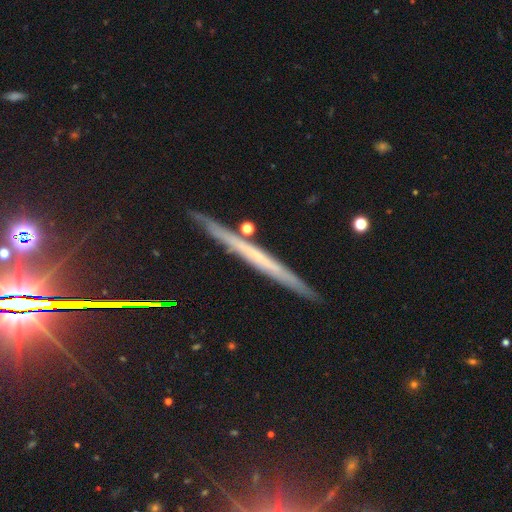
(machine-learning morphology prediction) Smooth or featured?
  - featured or disk: 57% *
  - smooth: 29%
  - star or artifact: 14%
Edge-on disk?
  - yes: 95% *
  - no: 5%
Edge-on bulge?
  - none: 83% *
  - rounded: 12%
  - boxy: 5%
Merging?
  - none: 88% *
  - minor disturbance: 9%
  - merger: 2%
  - major disturbance: 2%